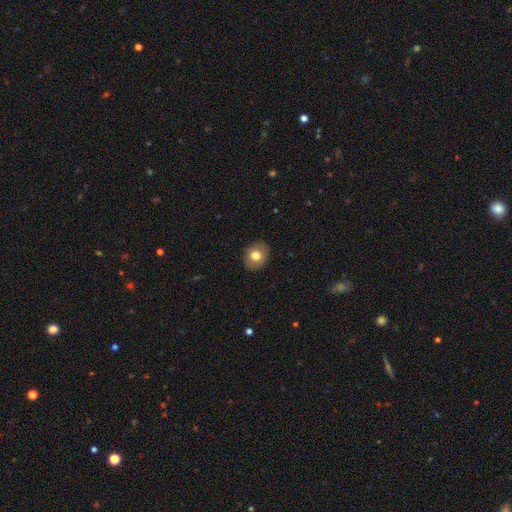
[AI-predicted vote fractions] The model was most divided on "how rounded": round: 63%, in between: 36%, cigar-shaped: 1%. More confident: merging — none (90%); smooth or featured — smooth (77%).